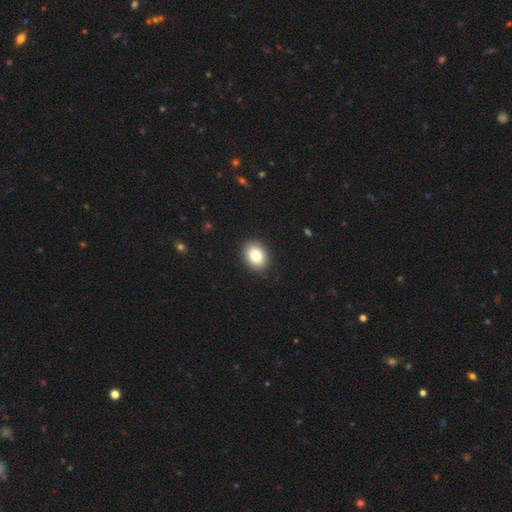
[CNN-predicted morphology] Smooth or featured? Predicted: smooth (p=0.81). How rounded? Predicted: in between (p=0.55). Merging? Predicted: none (p=0.89).